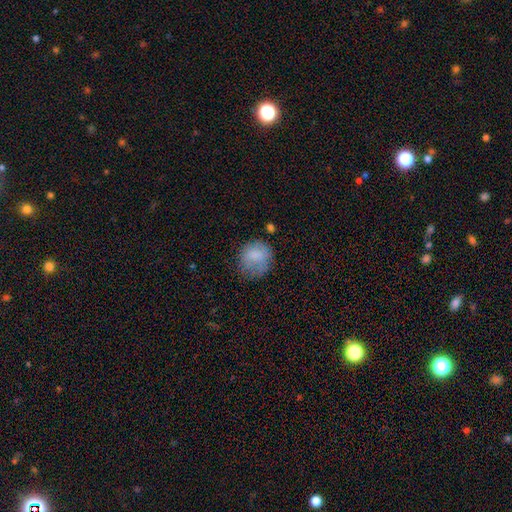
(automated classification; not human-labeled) Q: Smooth or featured?
A: smooth (78%); runner-up: featured or disk (14%)
Q: How rounded?
A: round (77%); runner-up: in between (22%)
Q: Merging?
A: none (54%); runner-up: minor disturbance (28%)